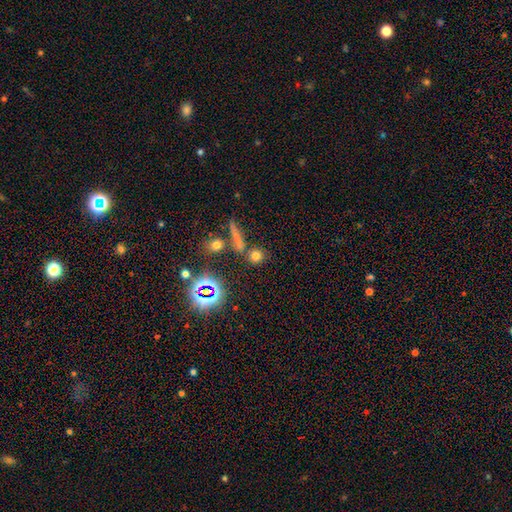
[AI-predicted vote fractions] This appears to be a smooth galaxy with no disk features (66%) that is round (83%). Merging: none (76%).